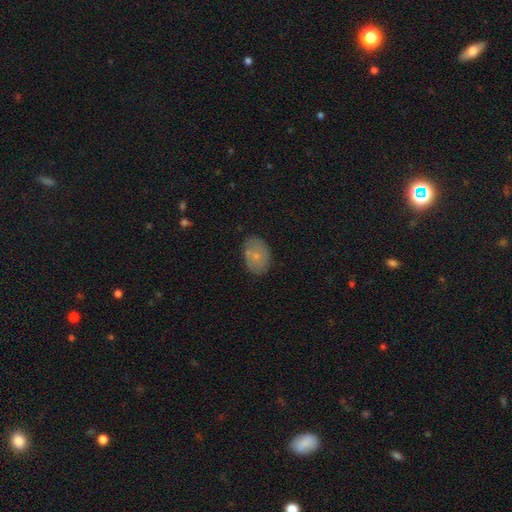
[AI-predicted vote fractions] Smooth or featured? smooth (69%)
How rounded? in between (84%)
Merging? none (73%)